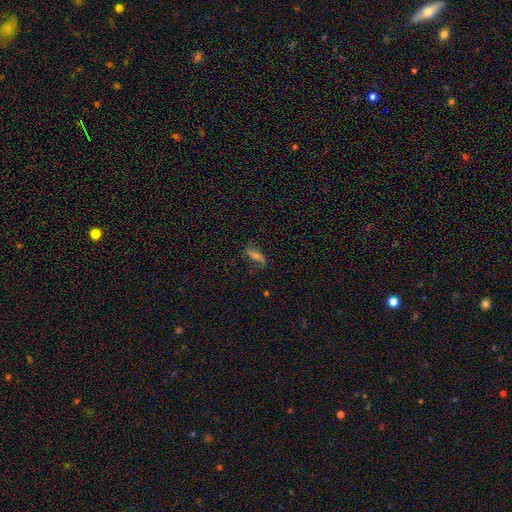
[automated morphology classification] Smooth or featured? Predicted: smooth (p=0.44). Merging? Predicted: none (p=0.72).